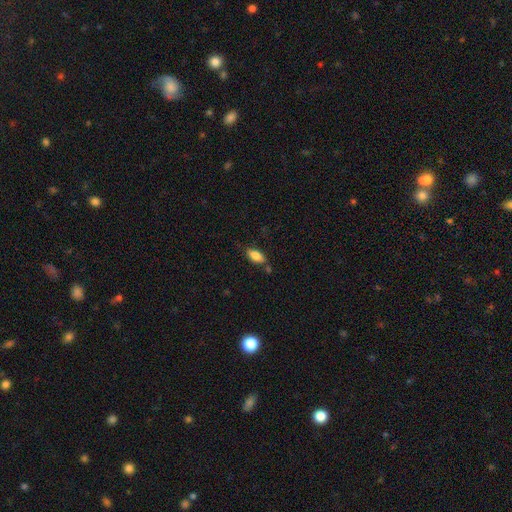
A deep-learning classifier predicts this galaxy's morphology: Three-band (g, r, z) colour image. It shows a smooth galaxy with no disk features (82%) that is in between round and cigar-shaped (87%). Merging: none (71%).